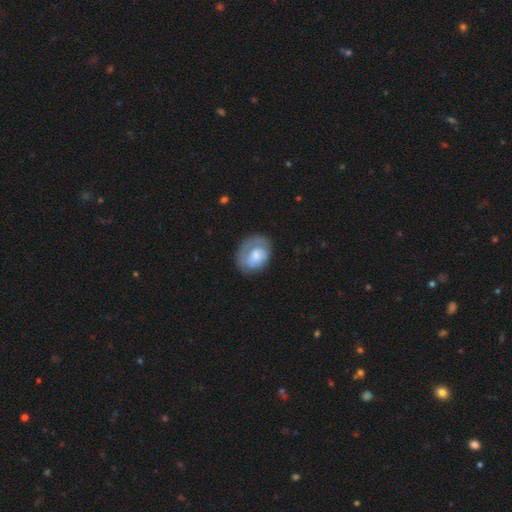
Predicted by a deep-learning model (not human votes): smooth-or-featured: smooth: 55% | featured or disk: 39% | star or artifact: 6%
  how-rounded: in between: 56% | round: 43% | cigar-shaped: 1%
  merging: none: 58% | minor disturbance: 25% | major disturbance: 15% | merger: 2%